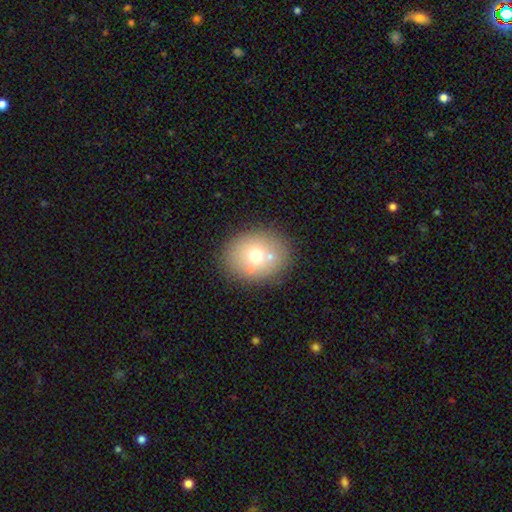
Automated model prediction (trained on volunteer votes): Smooth or featured? smooth (66%)
How rounded? round (60%)
Merging? none (77%)